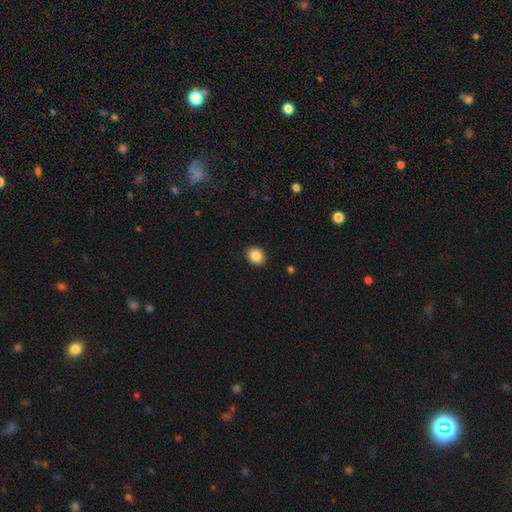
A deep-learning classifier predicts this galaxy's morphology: This appears to be a smooth galaxy with no disk features (87%) that is round (62%). Merging: none (91%).